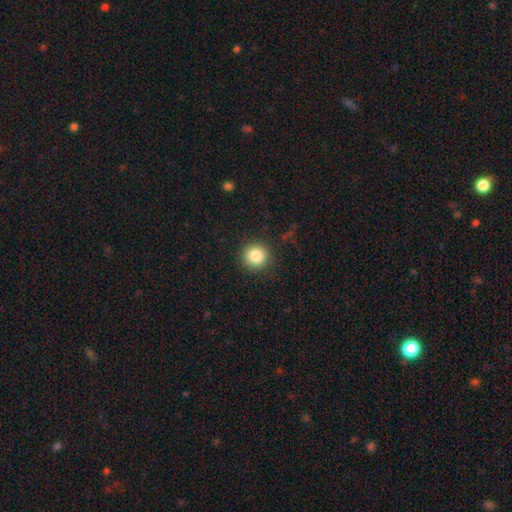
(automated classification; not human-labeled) A smooth galaxy with no disk features (84%) that is round (95%).

Vote fractions:
- Smooth or featured? smooth: 84% / star or artifact: 10% / featured or disk: 5%
- How rounded? round: 95% / in between: 4% / cigar-shaped: 1%
- Merging? none: 90% / minor disturbance: 6% / major disturbance: 2% / merger: 1%